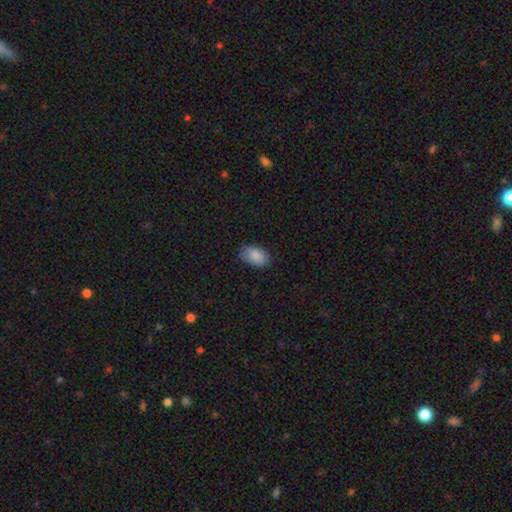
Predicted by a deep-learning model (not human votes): Smooth or featured?
  - smooth: 87% *
  - star or artifact: 7%
  - featured or disk: 5%
How rounded?
  - in between: 91% *
  - round: 7%
  - cigar-shaped: 1%
Merging?
  - none: 79% *
  - minor disturbance: 17%
  - major disturbance: 3%
  - merger: 1%